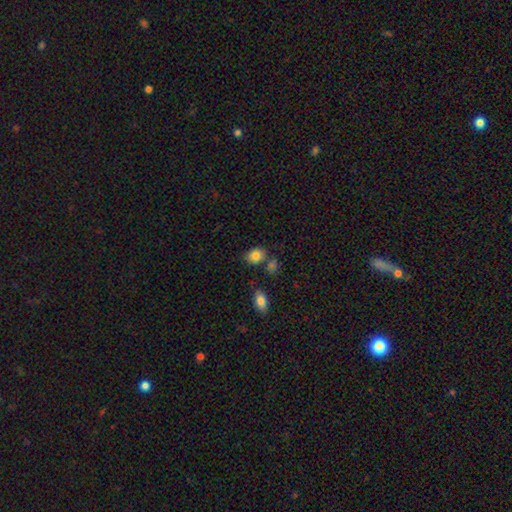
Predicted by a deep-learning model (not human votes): A smooth galaxy with no disk features (84%) that is in between round and cigar-shaped (59%). Merging: none (71%).